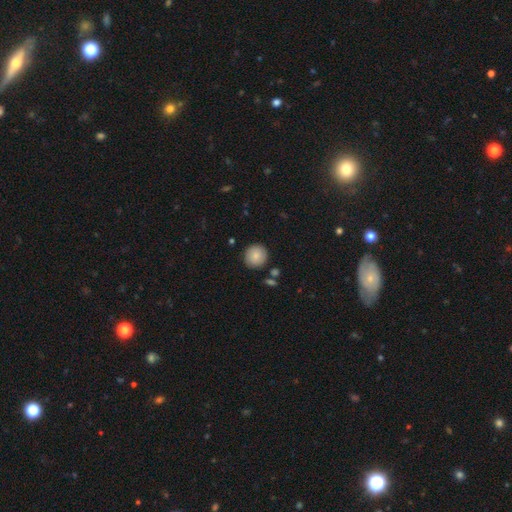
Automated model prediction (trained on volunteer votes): Morphology: type=smooth (85%); roundness=round (93%); merging=none (88%).